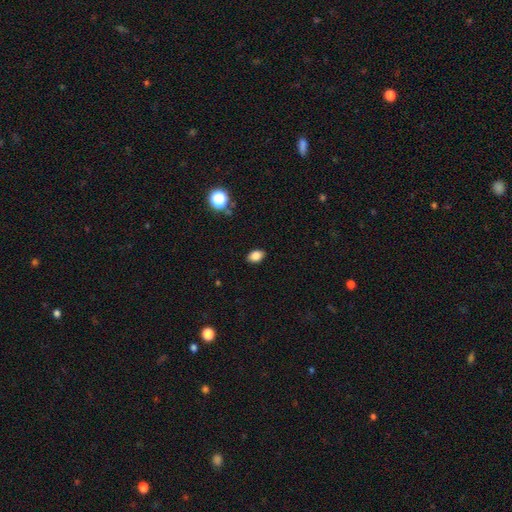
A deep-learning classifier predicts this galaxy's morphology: This appears to be a smooth galaxy with no disk features (84%) that is in between round and cigar-shaped (82%). Merging: none (87%).